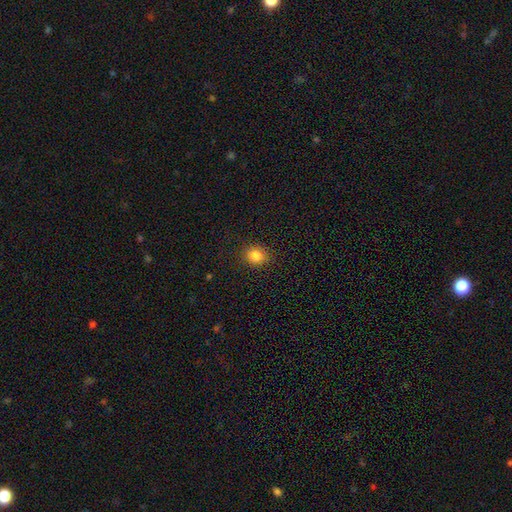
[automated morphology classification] Smooth or featured? smooth (84%)
How rounded? round (79%)
Merging? none (89%)